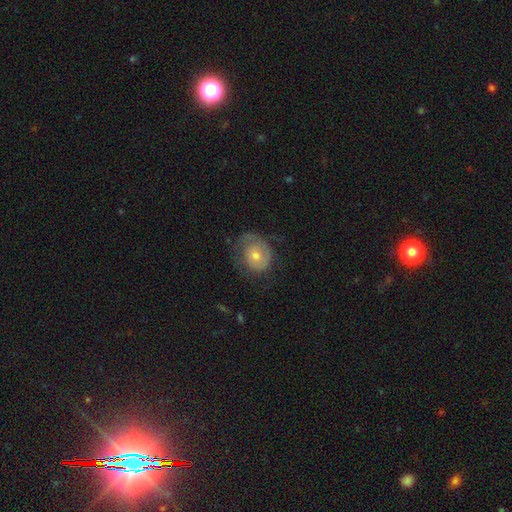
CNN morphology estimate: Smooth or featured?
  - smooth: 52% *
  - featured or disk: 41%
  - star or artifact: 8%
How rounded?
  - round: 63% *
  - in between: 36%
  - cigar-shaped: 1%
Merging?
  - none: 50% *
  - minor disturbance: 28%
  - major disturbance: 21%
  - merger: 2%